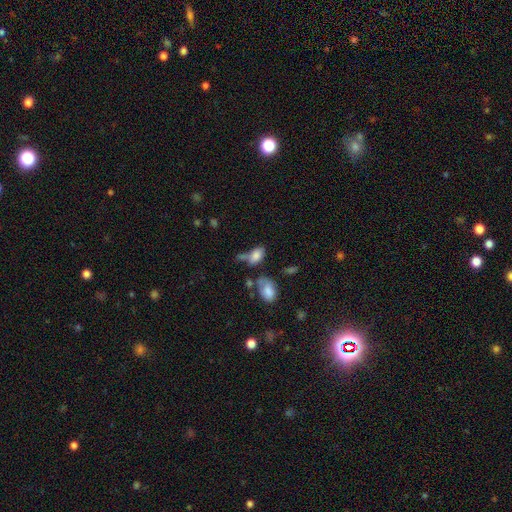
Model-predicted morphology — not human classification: type=smooth (78%); roundness=in between (91%); merging=none (33%).